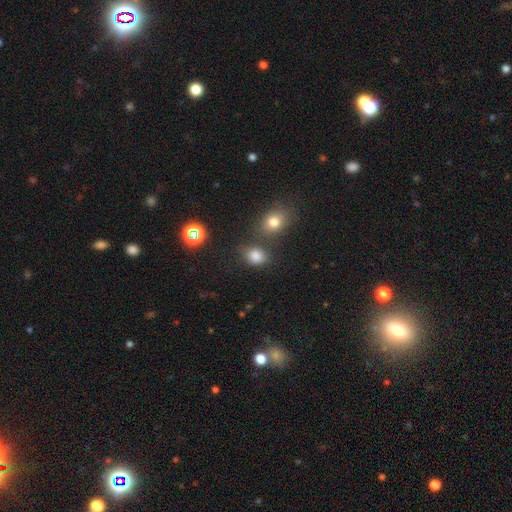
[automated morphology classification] The model was most divided on "how rounded": in between: 55%, round: 44%, cigar-shaped: 1%. More confident: smooth or featured — smooth (78%); merging — none (66%).